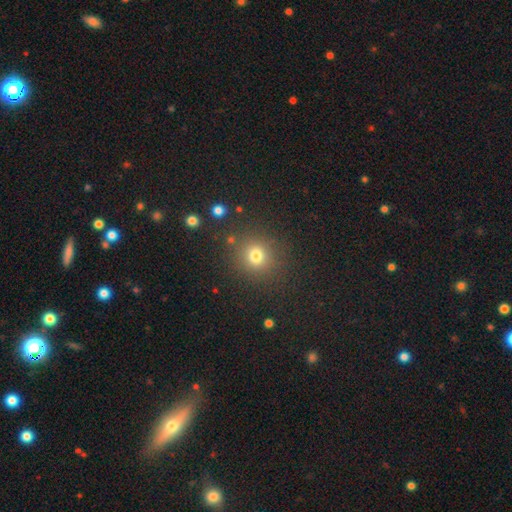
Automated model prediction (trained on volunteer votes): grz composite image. It shows a smooth galaxy with no disk features (76%) that is round (89%). Merging: none (86%).